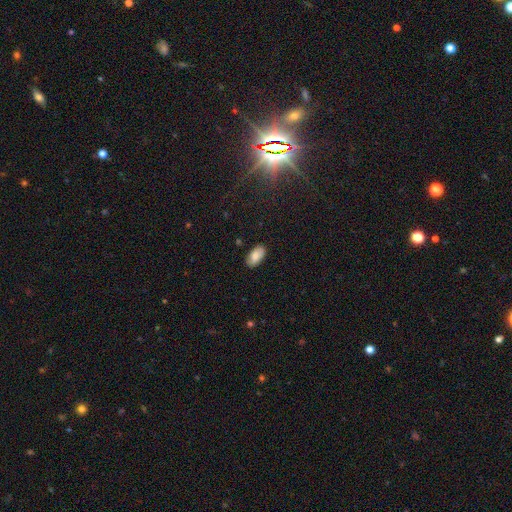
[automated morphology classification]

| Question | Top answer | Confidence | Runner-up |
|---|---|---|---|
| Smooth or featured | smooth | 84% | featured or disk (9%) |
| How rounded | in between | 95% | round (3%) |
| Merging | none | 84% | minor disturbance (12%) |